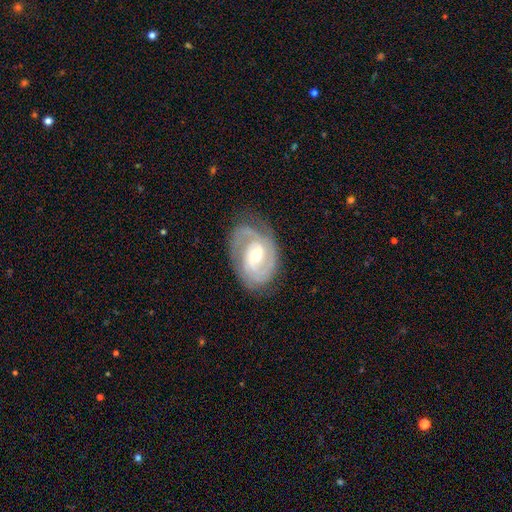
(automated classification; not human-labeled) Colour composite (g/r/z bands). It shows a featured or disk galaxy (89%) with a weak bar (48%), 2 (63%) tight (59%) spiral arms (97%) and a moderate central bulge (59%). Merging: none (74%).